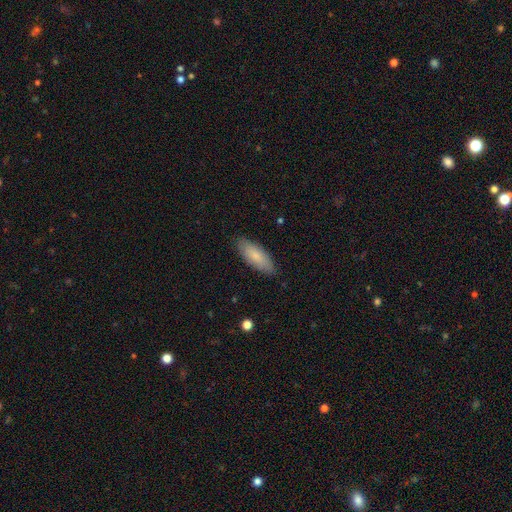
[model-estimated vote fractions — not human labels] A smooth galaxy with no disk features (81%) that is in between round and cigar-shaped (69%). Merging: none (86%).